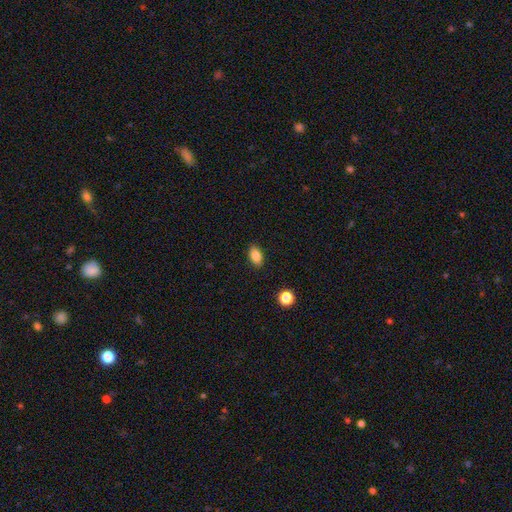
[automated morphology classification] Smooth or featured?
  - smooth: 85% *
  - star or artifact: 9%
  - featured or disk: 6%
How rounded?
  - in between: 88% *
  - round: 10%
  - cigar-shaped: 2%
Merging?
  - none: 88% *
  - minor disturbance: 8%
  - major disturbance: 2%
  - merger: 1%